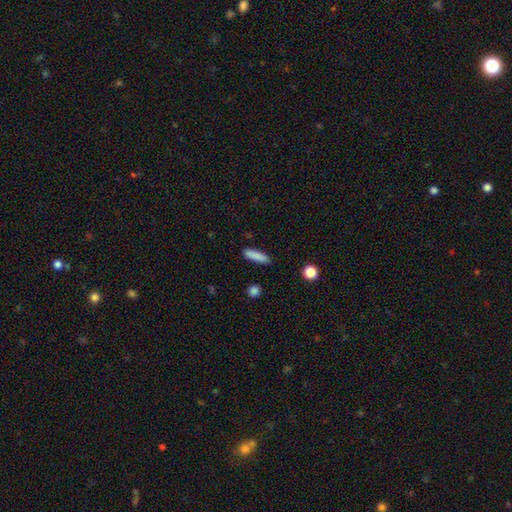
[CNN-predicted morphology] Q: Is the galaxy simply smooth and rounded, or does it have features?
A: smooth — 86%.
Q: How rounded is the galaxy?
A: cigar-shaped — 73%.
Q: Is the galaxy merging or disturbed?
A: none — 89%.